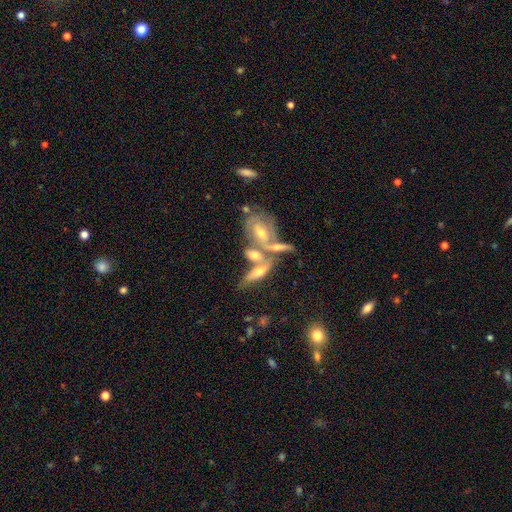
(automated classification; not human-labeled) featured or disk 67%, smooth 22%, star or artifact 10%. Down the decision tree: edge-on disk — no (56%); merging — merger (48%).